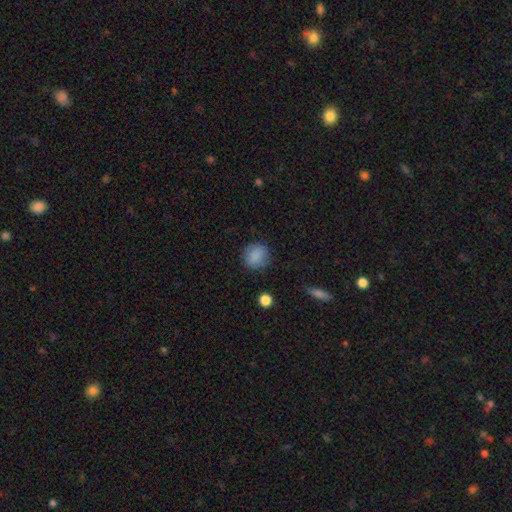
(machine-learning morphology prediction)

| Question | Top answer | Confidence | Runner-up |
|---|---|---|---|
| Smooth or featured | smooth | 86% | star or artifact (9%) |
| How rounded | round | 80% | in between (19%) |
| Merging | none | 82% | minor disturbance (13%) |